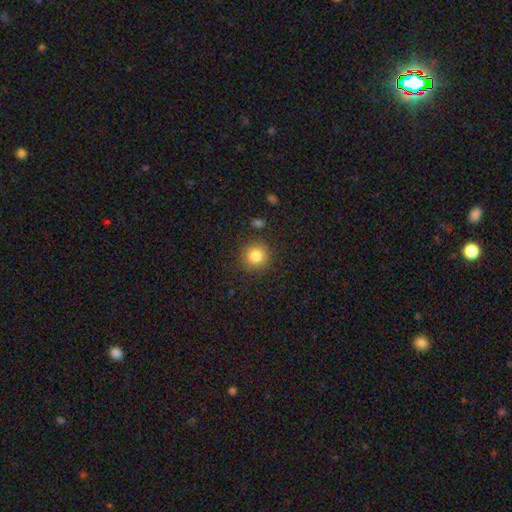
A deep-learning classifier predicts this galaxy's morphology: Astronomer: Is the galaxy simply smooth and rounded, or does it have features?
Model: smooth — 84%.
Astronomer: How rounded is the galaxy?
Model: round — 93%.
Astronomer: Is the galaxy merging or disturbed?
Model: none — 89%.